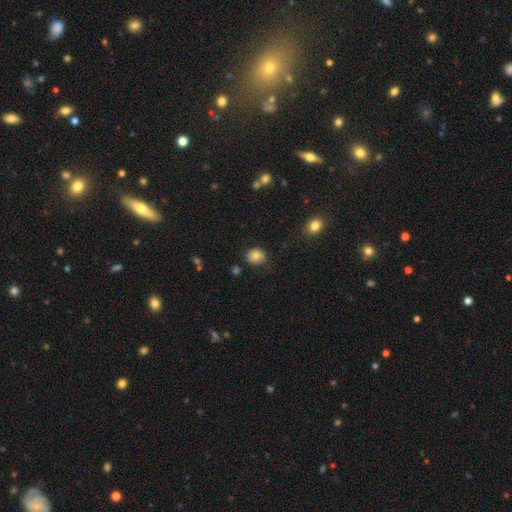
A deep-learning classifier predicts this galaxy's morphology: smooth 79%, featured or disk 11%, star or artifact 10%. Down the decision tree: how rounded — round (77%); merging — none (81%).